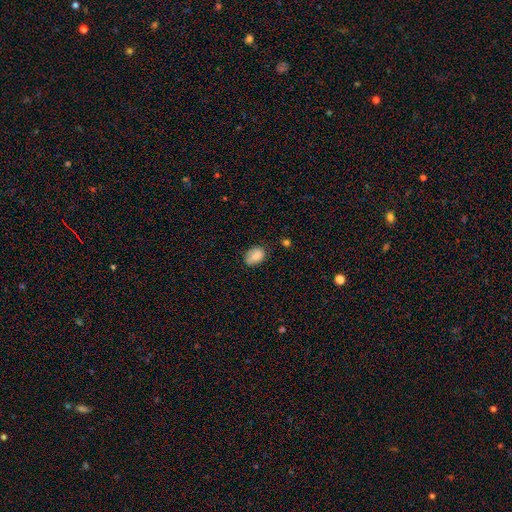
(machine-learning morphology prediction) Q: Smooth or featured?
A: smooth (84%); runner-up: featured or disk (8%)
Q: How rounded?
A: in between (84%); runner-up: round (15%)
Q: Merging?
A: none (69%); runner-up: minor disturbance (24%)